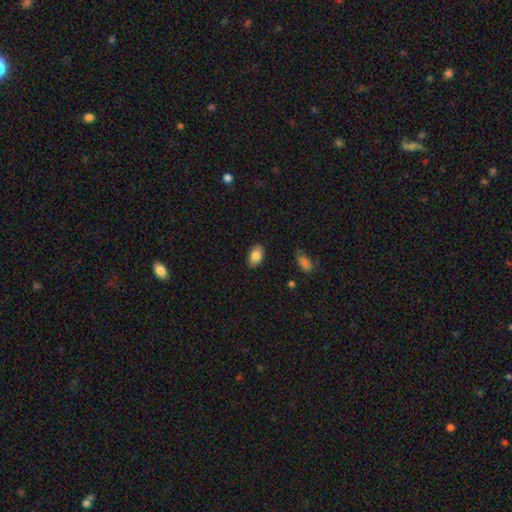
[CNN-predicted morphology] Q: Smooth or featured?
A: smooth (84%); runner-up: featured or disk (8%)
Q: How rounded?
A: in between (91%); runner-up: round (8%)
Q: Merging?
A: none (87%); runner-up: minor disturbance (10%)